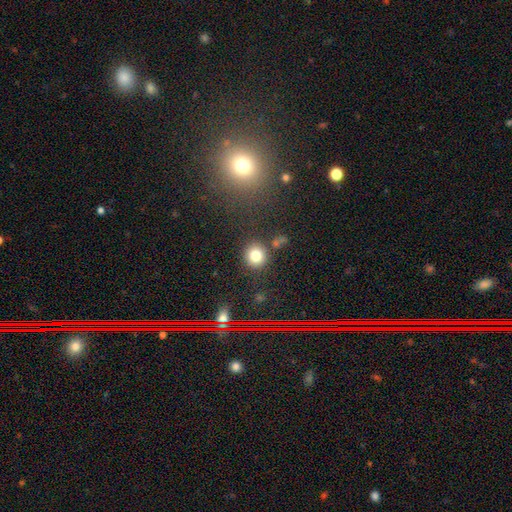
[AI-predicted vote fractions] A smooth galaxy with no disk features (78%) that is round (81%).

Vote fractions:
- Smooth or featured? smooth: 78% / star or artifact: 14% / featured or disk: 8%
- How rounded? round: 81% / in between: 18% / cigar-shaped: 1%
- Merging? none: 79% / minor disturbance: 9% / merger: 7% / major disturbance: 4%